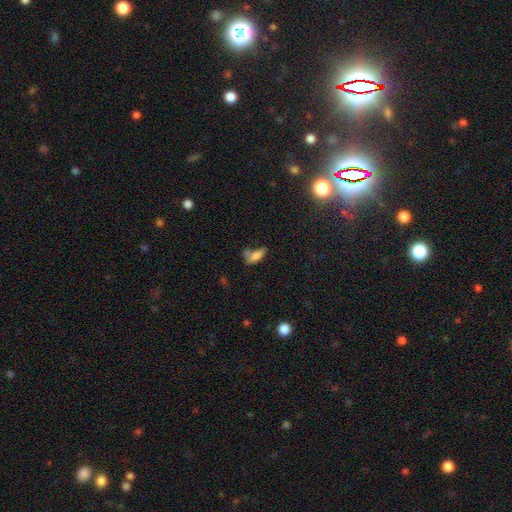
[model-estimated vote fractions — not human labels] smooth_or_featured: smooth (p=0.72) [alt: featured or disk p=0.17]
how_rounded: in between (p=0.65) [alt: cigar-shaped p=0.32]
merging: none (p=0.40) [alt: minor disturbance p=0.24]